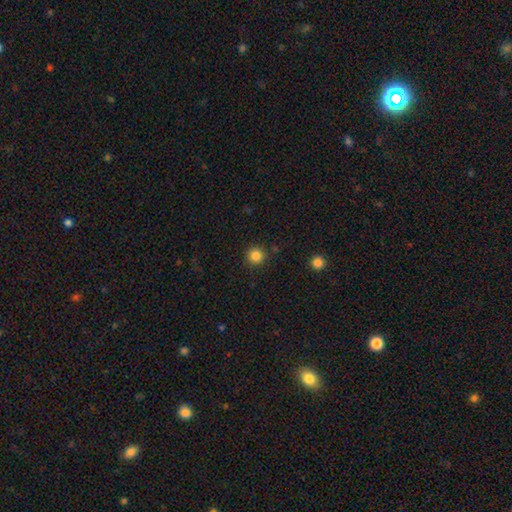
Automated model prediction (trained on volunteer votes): This is clearly a smooth galaxy (85%). How rounded: clearly round (95%). Merging: clearly none (90%).